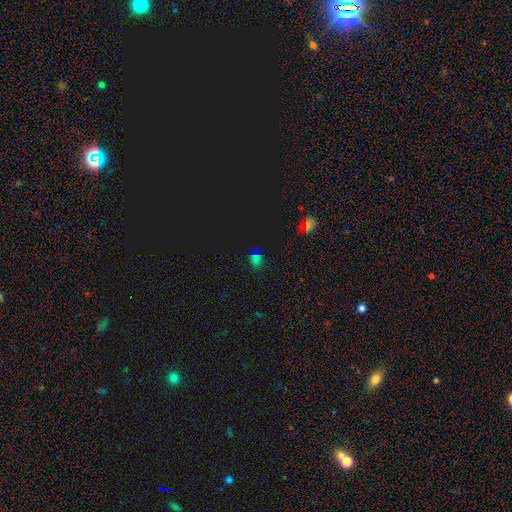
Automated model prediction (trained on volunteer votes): Smooth or featured: star or artifact — 48% (smooth — 46%)